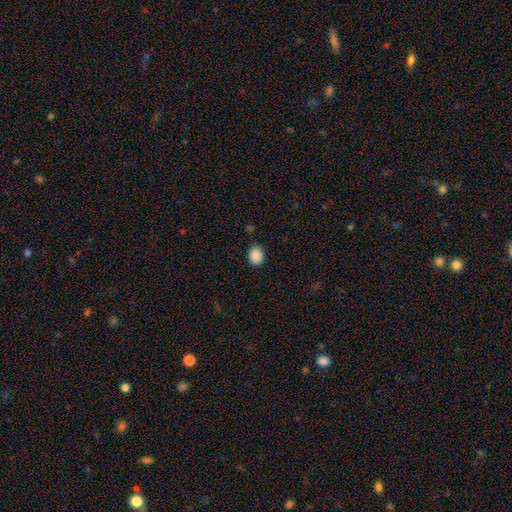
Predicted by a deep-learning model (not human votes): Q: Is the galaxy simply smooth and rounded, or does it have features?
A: smooth — 89%.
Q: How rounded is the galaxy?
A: round — 52%.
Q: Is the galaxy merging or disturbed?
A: none — 88%.